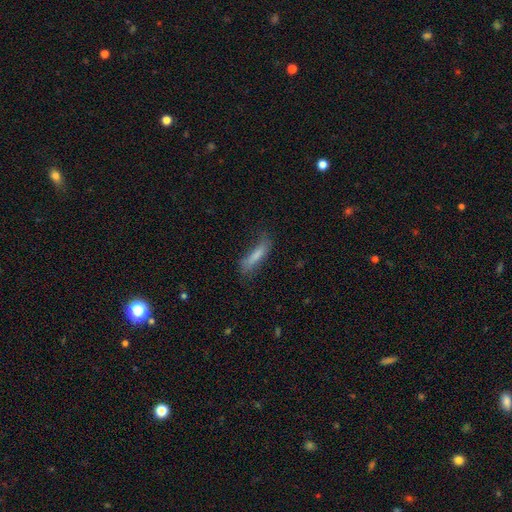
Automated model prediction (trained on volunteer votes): smooth 72%, featured or disk 20%, star or artifact 8%. Down the decision tree: how rounded — cigar-shaped (77%); merging — none (56%).